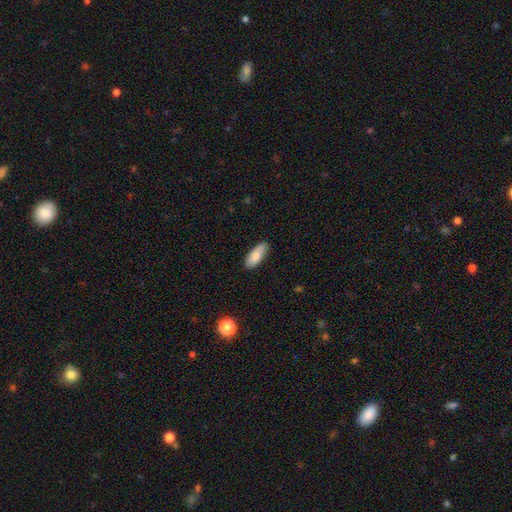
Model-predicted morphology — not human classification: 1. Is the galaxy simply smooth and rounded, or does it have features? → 84% smooth, 10% featured or disk, 6% star or artifact.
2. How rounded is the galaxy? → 79% in between, 20% cigar-shaped, 2% round.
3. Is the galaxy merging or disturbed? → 79% none, 17% minor disturbance, 3% major disturbance, 1% merger.